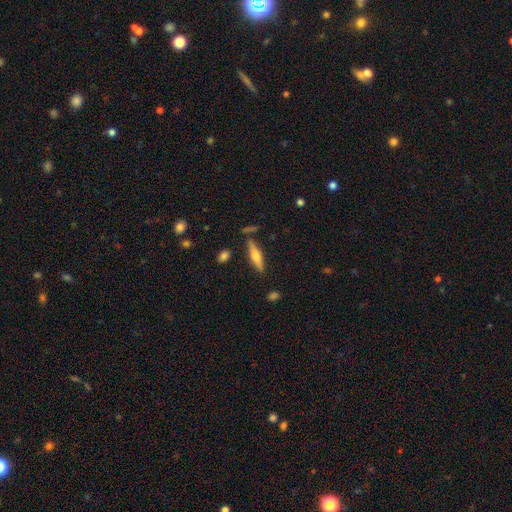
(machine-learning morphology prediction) Smooth or featured? smooth (54%)
How rounded? cigar-shaped (74%)
Merging? none (81%)